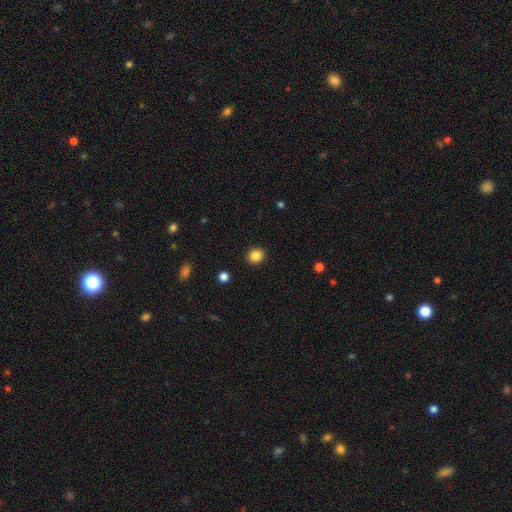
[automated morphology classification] Smooth or featured? smooth (86%)
How rounded? round (82%)
Merging? none (90%)